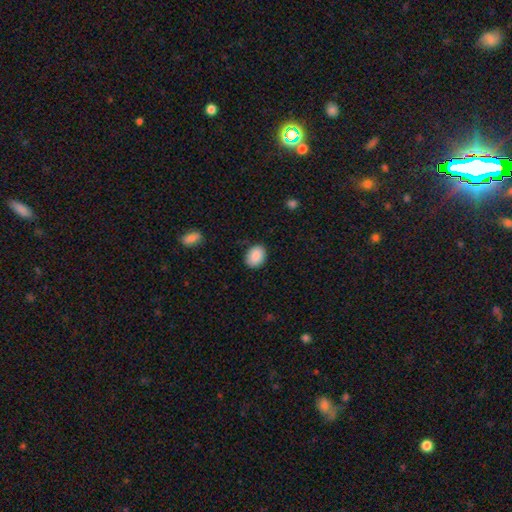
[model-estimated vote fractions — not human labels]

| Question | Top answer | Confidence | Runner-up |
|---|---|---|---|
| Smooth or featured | smooth | 89% | star or artifact (7%) |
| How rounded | in between | 66% | round (33%) |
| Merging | none | 85% | minor disturbance (12%) |